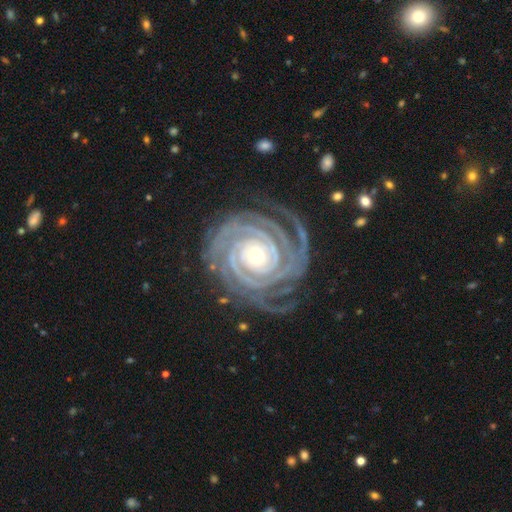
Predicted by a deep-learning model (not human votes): The model was most divided on "spiral arm count" (2-way tie): 4: 23%, 3: 23%, 2: 18%, more than 4: 16%, can't tell: 12%, 1: 9%. More confident: spiral arms — yes (99%); edge-on disk — no (98%); smooth or featured — featured or disk (94%); spiral winding — tight (91%); merging — none (79%); bar — no (72%); bulge size — small (55%).